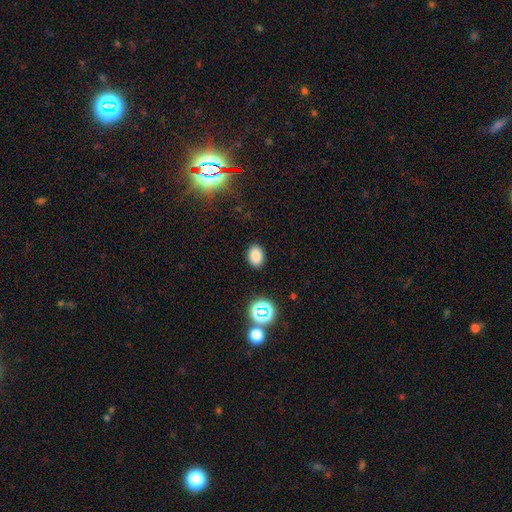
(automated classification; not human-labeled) smooth-or-featured: smooth: 81% | star or artifact: 14% | featured or disk: 5%
  how-rounded: in between: 76% | round: 22% | cigar-shaped: 1%
  merging: none: 88% | minor disturbance: 8% | major disturbance: 2% | merger: 1%